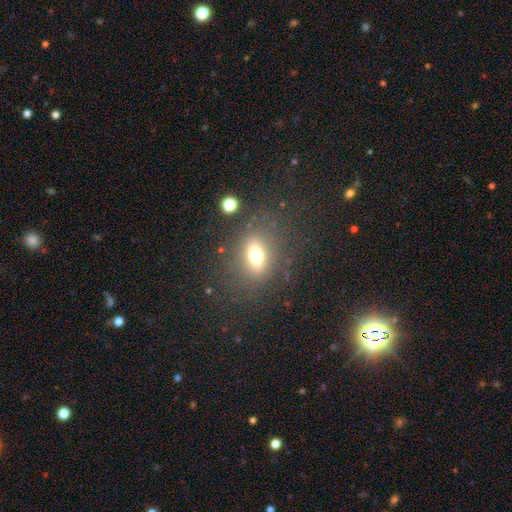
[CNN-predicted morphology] A smooth galaxy with no disk features (67%) that is in between round and cigar-shaped (64%). Merging: none (79%).